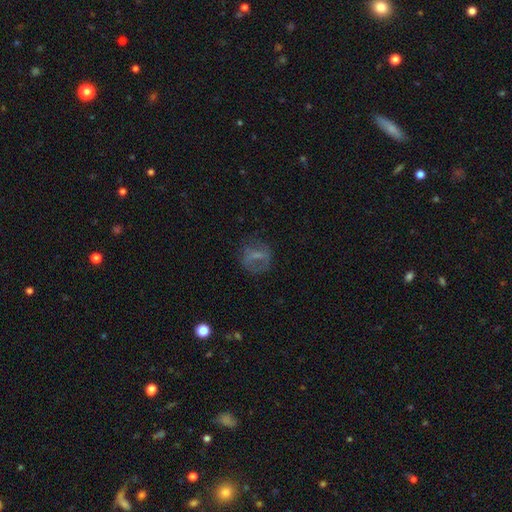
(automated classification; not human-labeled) This appears to be a smooth galaxy with no disk features (44%). Merging: none (65%).